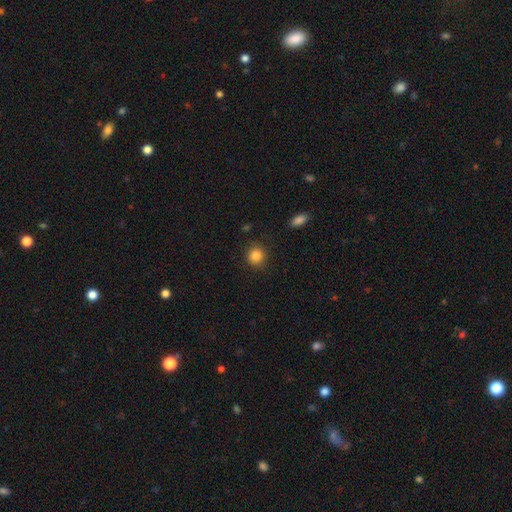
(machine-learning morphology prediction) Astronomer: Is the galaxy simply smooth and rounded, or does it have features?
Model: smooth — 85%.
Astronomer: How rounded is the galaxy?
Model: round — 89%.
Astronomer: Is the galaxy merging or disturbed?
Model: none — 87%.